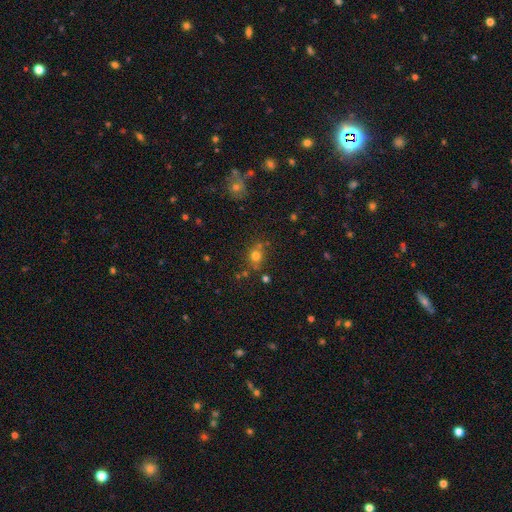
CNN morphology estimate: Q: Smooth or featured?
A: smooth (72%); runner-up: star or artifact (19%)
Q: How rounded?
A: round (76%); runner-up: in between (23%)
Q: Merging?
A: none (67%); runner-up: minor disturbance (15%)